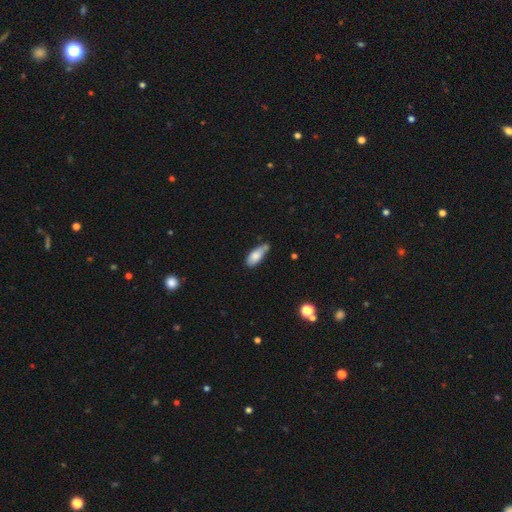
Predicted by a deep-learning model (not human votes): A smooth galaxy with no disk features (78%) that is in between round and cigar-shaped (78%).

Vote fractions:
- Smooth or featured? smooth: 78% / featured or disk: 15% / star or artifact: 7%
- How rounded? in between: 78% / cigar-shaped: 19% / round: 2%
- Merging? none: 42% / minor disturbance: 40% / merger: 10% / major disturbance: 9%